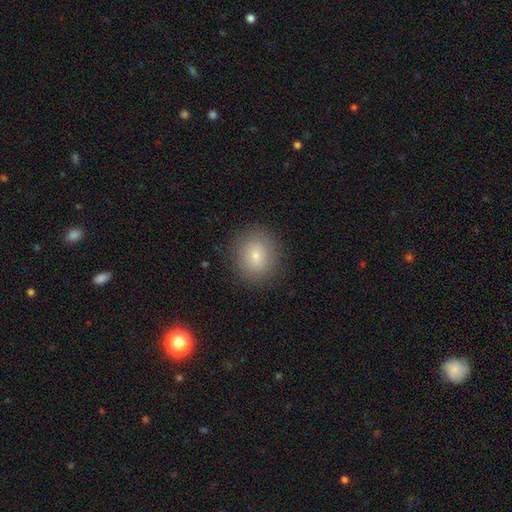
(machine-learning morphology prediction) The model was most divided on "smooth or featured": smooth: 72%, featured or disk: 15%, star or artifact: 13%. More confident: merging — none (87%); how rounded — round (78%).